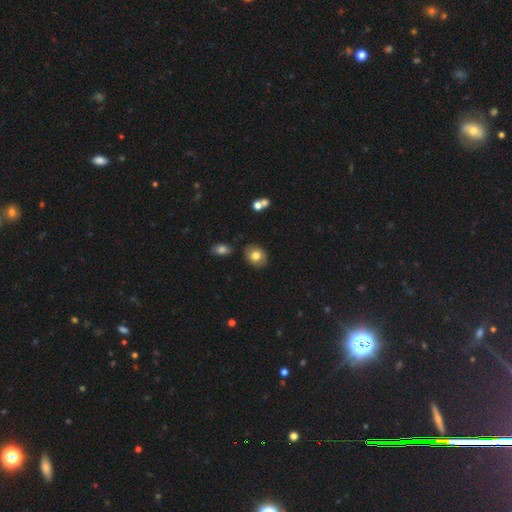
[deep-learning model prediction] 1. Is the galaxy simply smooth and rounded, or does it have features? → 76% smooth, 16% featured or disk, 8% star or artifact.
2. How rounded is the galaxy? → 50% round, 49% in between, 1% cigar-shaped.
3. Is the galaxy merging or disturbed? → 83% none, 11% minor disturbance, 3% merger, 3% major disturbance.